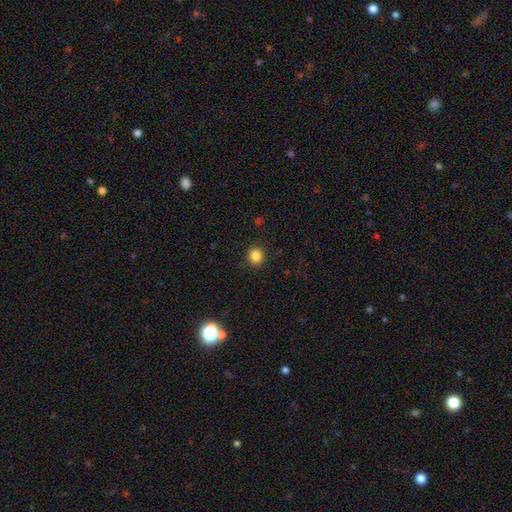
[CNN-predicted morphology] type=smooth (84%); roundness=round (86%); merging=none (90%).